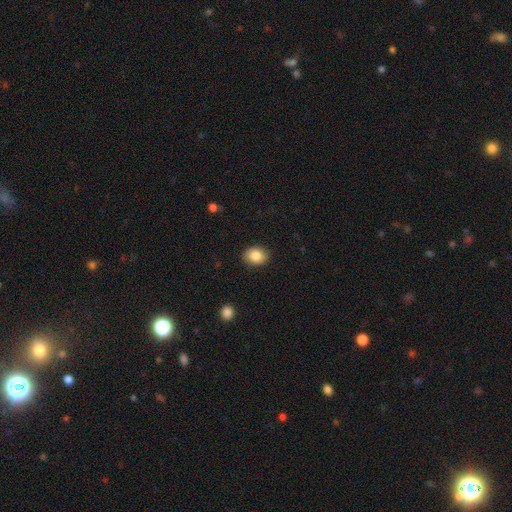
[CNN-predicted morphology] Overall: smooth (86%). How rounded: in between (54%; round 45%). Merging: none (88%).